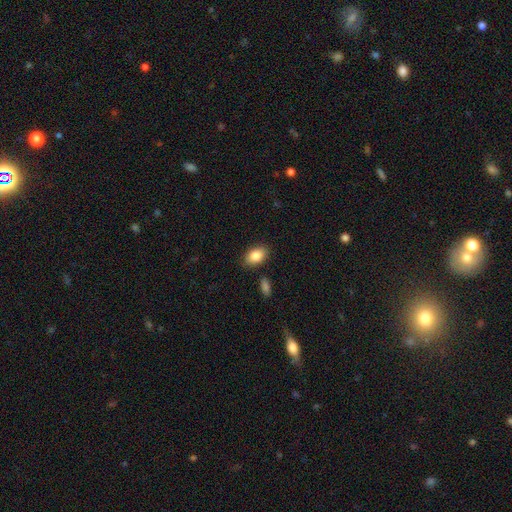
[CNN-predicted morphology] smooth_or_featured: smooth (p=0.86) [alt: star or artifact p=0.07]
how_rounded: in between (p=0.87) [alt: round p=0.12]
merging: none (p=0.84) [alt: minor disturbance p=0.11]